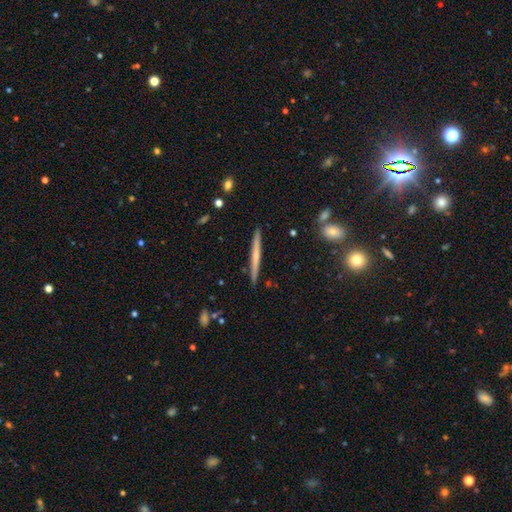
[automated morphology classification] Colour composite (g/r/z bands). It shows a featured or disk galaxy (53%) viewed edge-on (97%) with no central bulge (62%). Merging: none (90%).